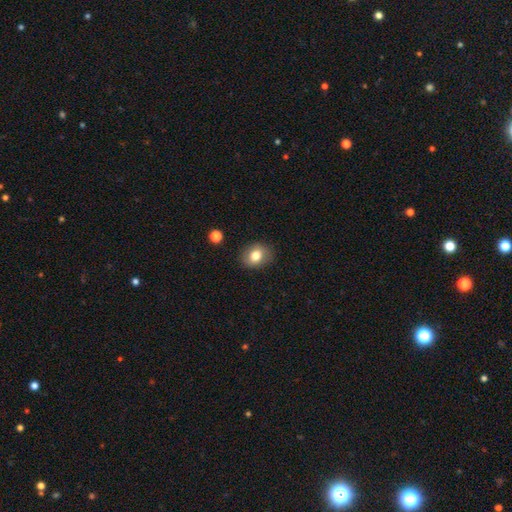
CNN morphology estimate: Smooth or featured?
  - smooth: 79% *
  - featured or disk: 12%
  - star or artifact: 10%
How rounded?
  - round: 51% *
  - in between: 49%
  - cigar-shaped: 1%
Merging?
  - none: 86% *
  - minor disturbance: 10%
  - major disturbance: 3%
  - merger: 1%